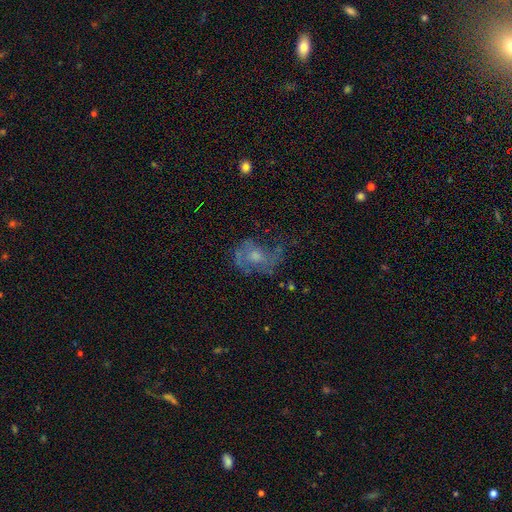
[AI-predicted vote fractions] The model was most divided on "merging": none: 42%, major disturbance: 32%, minor disturbance: 23%, merger: 3%. More confident: edge-on disk — no (97%); bar — no (77%); spiral arms — yes (65%); smooth or featured — featured or disk (61%); bulge size — moderate (55%).